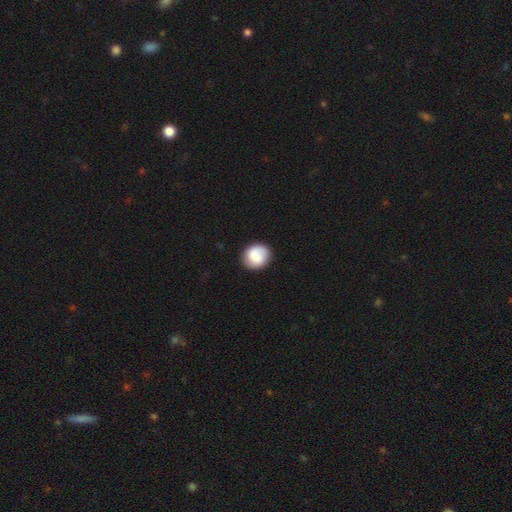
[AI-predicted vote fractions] Overall: smooth (75%). How rounded: round (80%). Merging: none (85%).